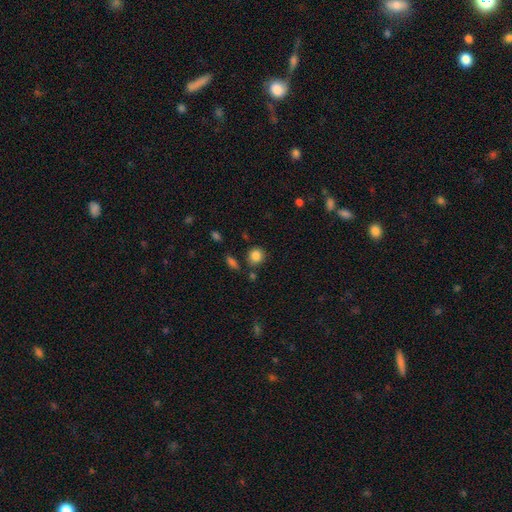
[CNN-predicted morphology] A smooth galaxy with no disk features (85%) that is round (78%).

Vote fractions:
- Smooth or featured? smooth: 85% / star or artifact: 10% / featured or disk: 5%
- How rounded? round: 78% / in between: 21% / cigar-shaped: 1%
- Merging? none: 77% / minor disturbance: 13% / merger: 6% / major disturbance: 4%